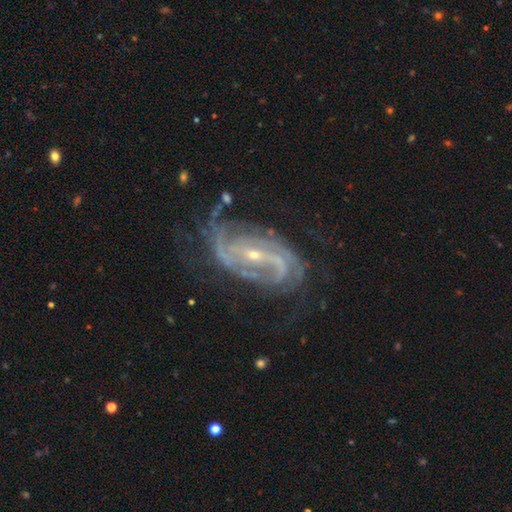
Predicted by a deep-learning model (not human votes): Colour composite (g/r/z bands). It shows a featured or disk galaxy (89%) with a strong bar (39%), 2 (47%) medium (42%) spiral arms (96%) and a small central bulge (72%). Merging: none (62%).